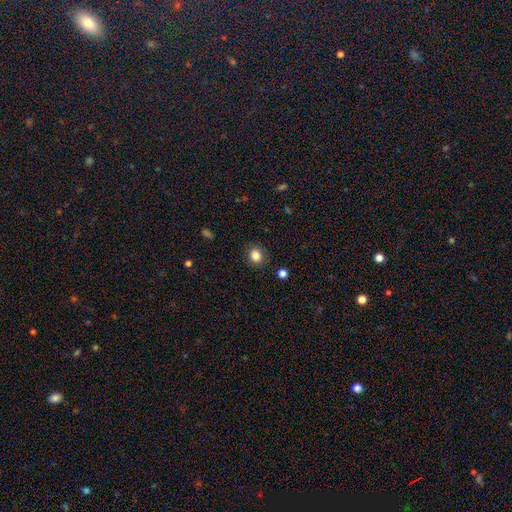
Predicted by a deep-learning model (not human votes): Overall: smooth (84%). How rounded: round (66%; in between 33%). Merging: none (86%).